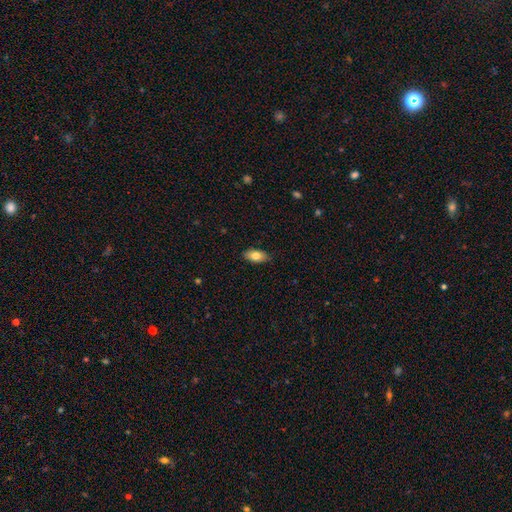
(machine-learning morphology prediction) smooth 79%, featured or disk 14%, star or artifact 7%. Down the decision tree: how rounded — in between (90%); merging — none (87%).